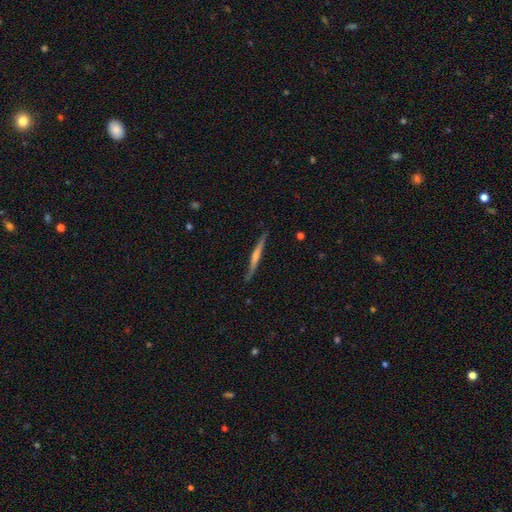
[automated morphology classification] Smooth or featured?
  - featured or disk: 67% *
  - smooth: 28%
  - star or artifact: 5%
Edge-on disk?
  - yes: 97% *
  - no: 3%
Edge-on bulge?
  - rounded: 53% *
  - none: 35%
  - boxy: 12%
Merging?
  - none: 88% *
  - minor disturbance: 9%
  - major disturbance: 2%
  - merger: 1%